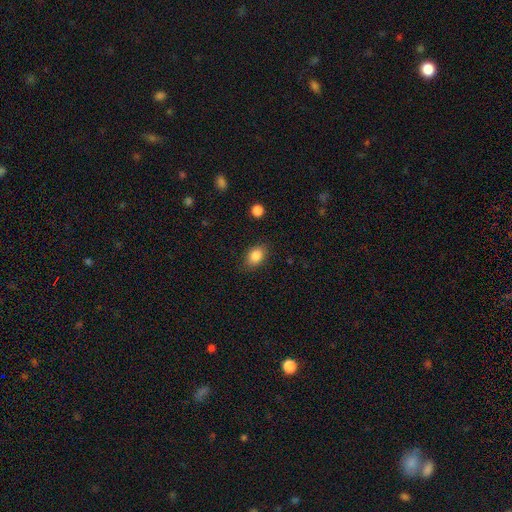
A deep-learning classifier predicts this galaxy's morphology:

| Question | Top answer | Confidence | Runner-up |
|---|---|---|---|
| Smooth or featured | smooth | 85% | star or artifact (9%) |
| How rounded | in between | 77% | round (22%) |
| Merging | none | 84% | minor disturbance (12%) |